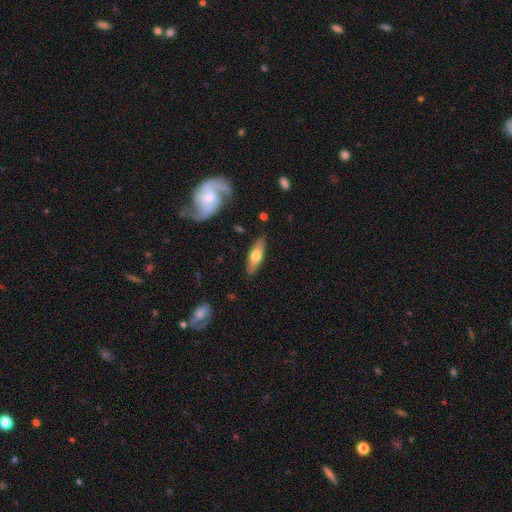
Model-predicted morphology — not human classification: smooth-or-featured: smooth: 57% | featured or disk: 38% | star or artifact: 6%
  how-rounded: in between: 54% | cigar-shaped: 44% | round: 3%
  merging: none: 85% | minor disturbance: 11% | major disturbance: 2% | merger: 2%